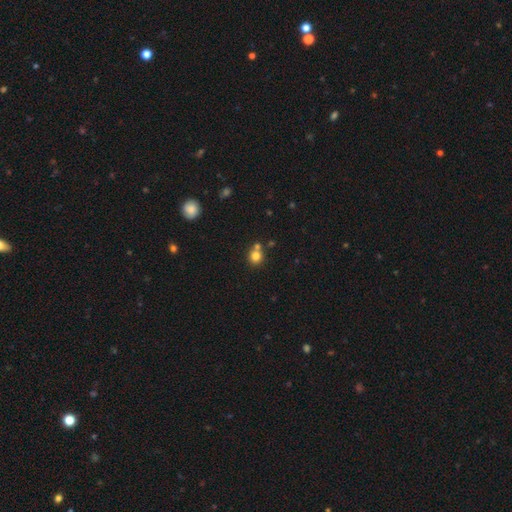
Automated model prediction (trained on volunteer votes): Smooth or featured?
  - smooth: 79% *
  - star or artifact: 13%
  - featured or disk: 8%
How rounded?
  - round: 88% *
  - in between: 11%
  - cigar-shaped: 1%
Merging?
  - none: 60% *
  - merger: 29%
  - minor disturbance: 8%
  - major disturbance: 3%